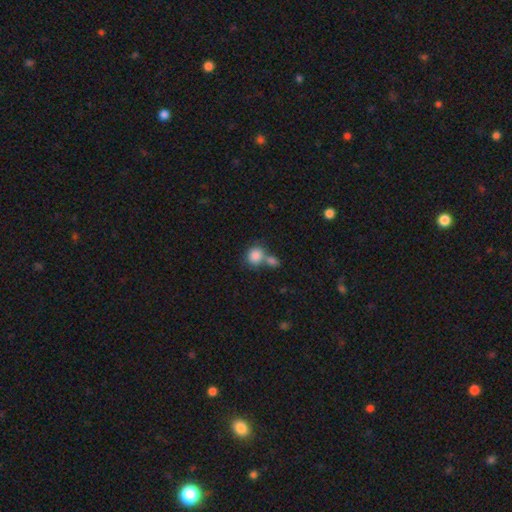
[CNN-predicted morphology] Smooth or featured? smooth (85%)
How rounded? round (72%)
Merging? merger (45%)